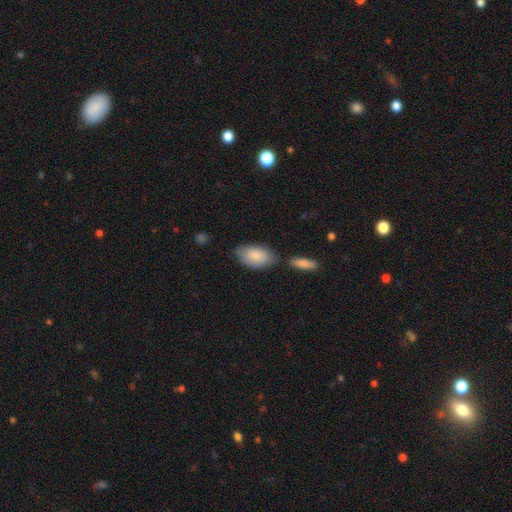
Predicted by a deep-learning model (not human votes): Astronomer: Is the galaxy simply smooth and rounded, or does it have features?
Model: smooth — 86%.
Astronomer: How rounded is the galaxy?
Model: in between — 94%.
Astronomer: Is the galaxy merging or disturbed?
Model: none — 59%.